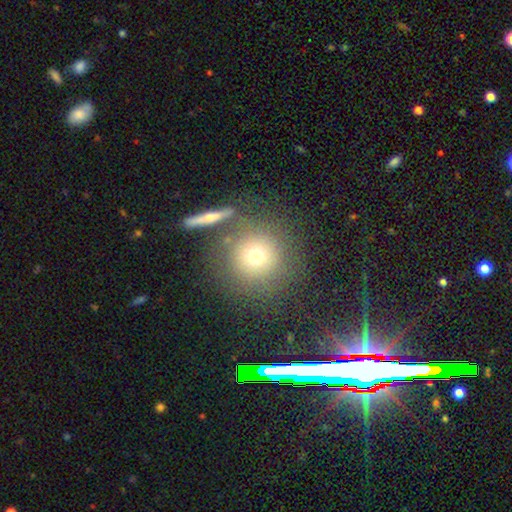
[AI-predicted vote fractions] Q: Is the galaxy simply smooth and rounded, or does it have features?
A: smooth — 69%.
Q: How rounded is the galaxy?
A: round — 93%.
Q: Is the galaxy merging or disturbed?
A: none — 77%.